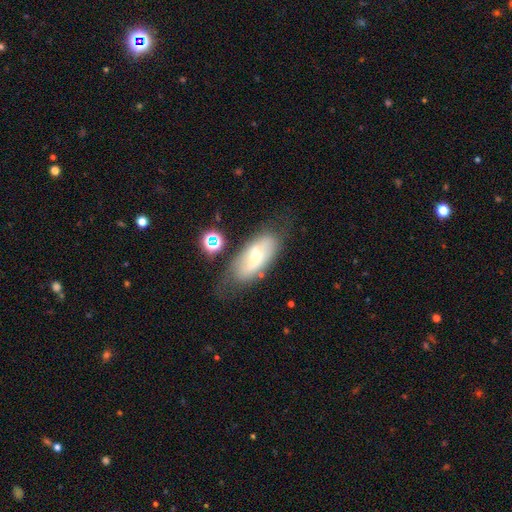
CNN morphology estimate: A smooth galaxy with no disk features (46%).

Vote fractions:
- Smooth or featured? smooth: 46% / featured or disk: 44% / star or artifact: 10%
- Merging? none: 55% / minor disturbance: 26% / major disturbance: 14% / merger: 5%